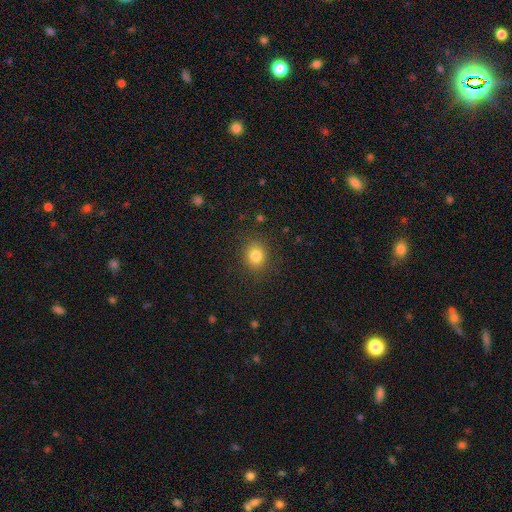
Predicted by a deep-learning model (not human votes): Smooth or featured?
  - smooth: 83% *
  - star or artifact: 12%
  - featured or disk: 6%
How rounded?
  - round: 68% *
  - in between: 31%
  - cigar-shaped: 1%
Merging?
  - none: 87% *
  - minor disturbance: 9%
  - major disturbance: 3%
  - merger: 1%